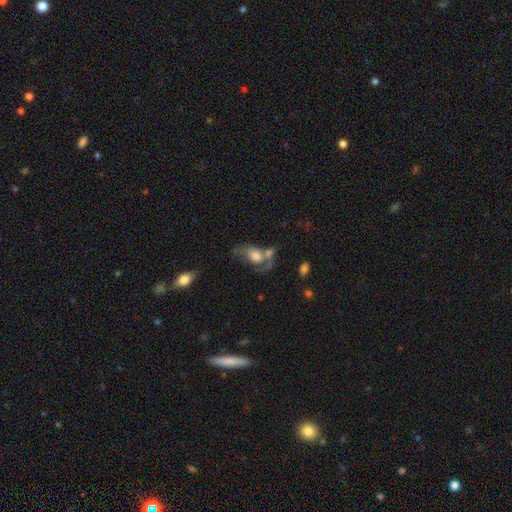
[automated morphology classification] Smooth or featured?
  - smooth: 49% *
  - featured or disk: 42%
  - star or artifact: 9%
Merging?
  - merger: 38% *
  - major disturbance: 24%
  - none: 23%
  - minor disturbance: 15%